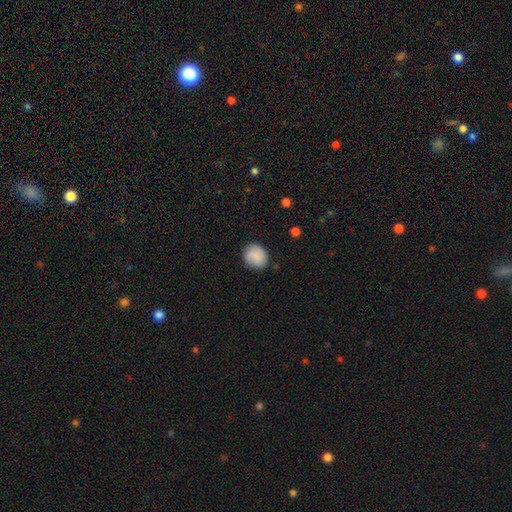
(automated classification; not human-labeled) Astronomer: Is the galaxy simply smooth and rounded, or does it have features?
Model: smooth — 84%.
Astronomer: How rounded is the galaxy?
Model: round — 79%.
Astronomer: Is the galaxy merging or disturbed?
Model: none — 83%.